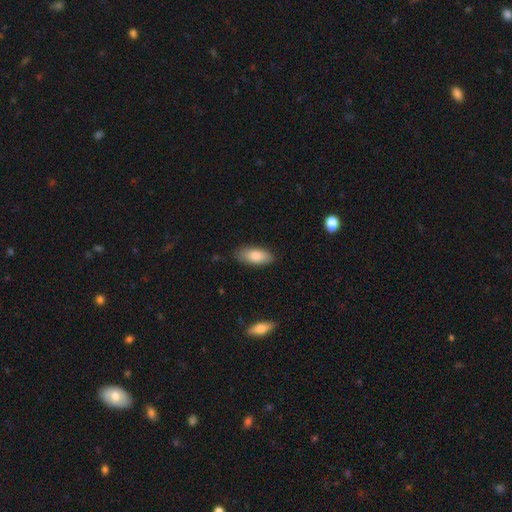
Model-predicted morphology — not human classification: This is clearly a smooth galaxy (83%). How rounded: clearly in between (84%). Merging: clearly none (82%).